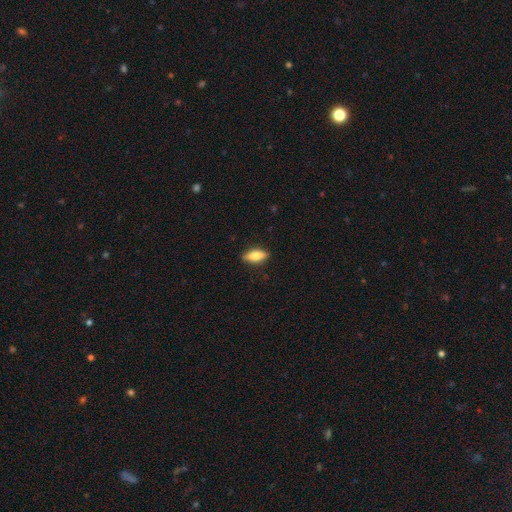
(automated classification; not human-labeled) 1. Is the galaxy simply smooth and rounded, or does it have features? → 76% smooth, 18% featured or disk, 7% star or artifact.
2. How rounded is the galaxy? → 76% in between, 21% cigar-shaped, 3% round.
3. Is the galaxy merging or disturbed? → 87% none, 10% minor disturbance, 2% major disturbance, 1% merger.